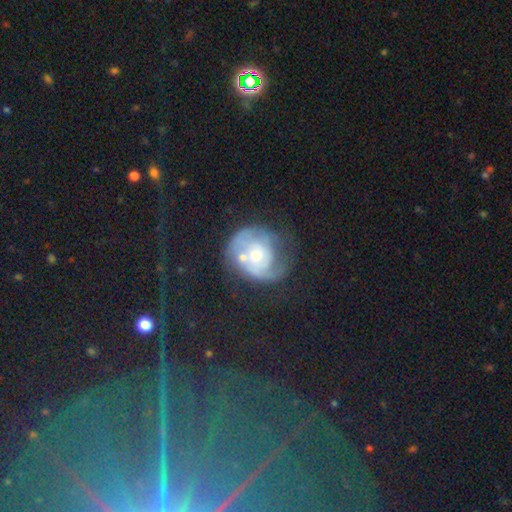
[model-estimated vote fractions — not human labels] Smooth or featured? Predicted: featured or disk (p=0.68). Edge-on disk? Predicted: no (p=0.97). Bar? Predicted: no (p=0.79). Spiral arms? Predicted: yes (p=0.76). Spiral winding? Predicted: tight (p=0.48). Spiral arm count? Predicted: 2 (p=0.39). Bulge size? Predicted: moderate (p=0.50). Merging? Predicted: none (p=0.40).